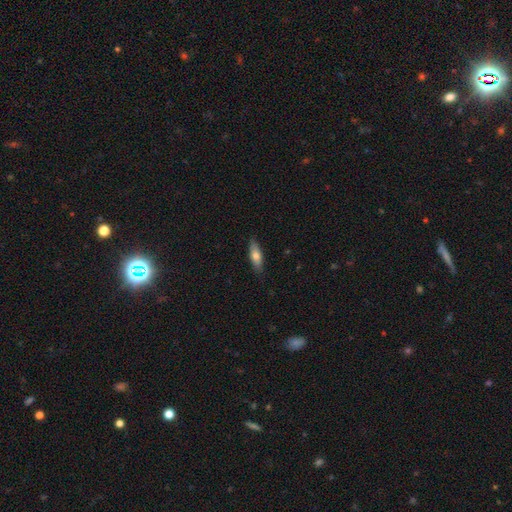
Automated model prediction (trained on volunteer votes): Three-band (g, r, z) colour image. It shows a smooth galaxy with no disk features (68%) that is in between round and cigar-shaped (53%). Merging: none (86%).